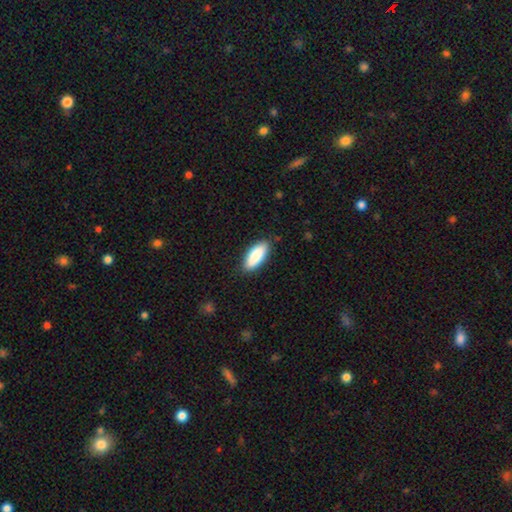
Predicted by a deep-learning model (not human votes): The model was most divided on "how rounded": in between: 78%, cigar-shaped: 20%, round: 2%. More confident: smooth or featured — smooth (88%); merging — none (86%).